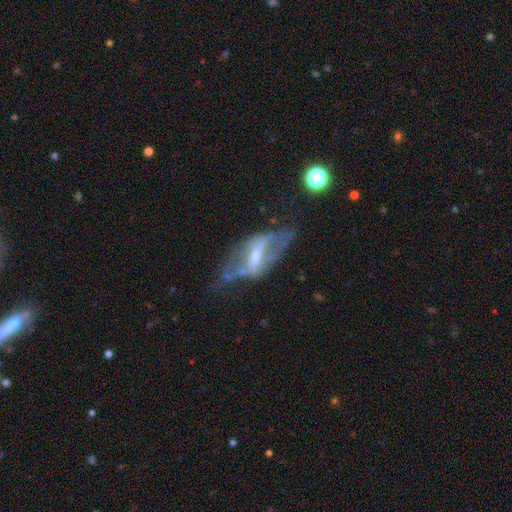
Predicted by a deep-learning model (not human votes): Smooth or featured? Predicted: featured or disk (p=0.74). Edge-on disk? Predicted: no (p=0.80). Bar? Predicted: strong (p=0.49). Spiral arms? Predicted: yes (p=0.58). Bulge size? Predicted: moderate (p=0.39). Merging? Predicted: none (p=0.38).